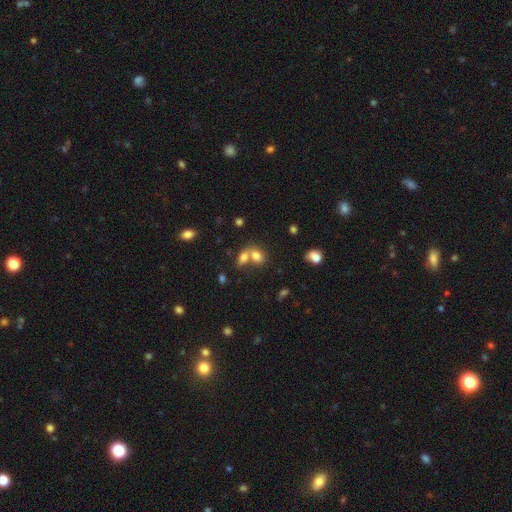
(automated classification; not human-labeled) This appears to be a smooth galaxy with no disk features (76%) that is in between round and cigar-shaped (74%). Merging: merger (58%).